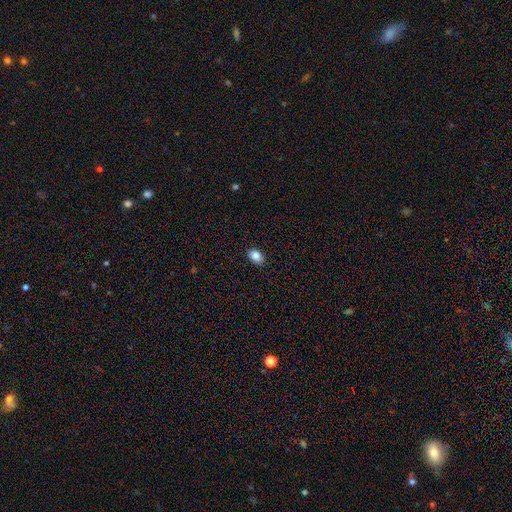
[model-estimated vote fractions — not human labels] This is clearly a smooth galaxy (86%). How rounded: clearly in between (82%). Merging: clearly none (89%).